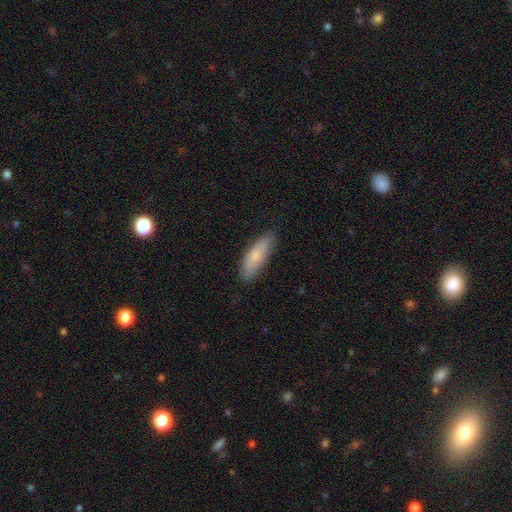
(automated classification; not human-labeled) A smooth galaxy with no disk features (76%) that is in between round and cigar-shaped (57%).

Vote fractions:
- Smooth or featured? smooth: 76% / featured or disk: 18% / star or artifact: 6%
- How rounded? in between: 57% / cigar-shaped: 41% / round: 2%
- Merging? none: 82% / minor disturbance: 15% / major disturbance: 2% / merger: 1%